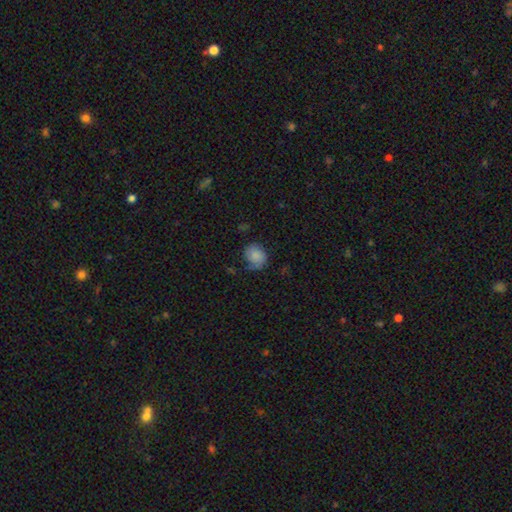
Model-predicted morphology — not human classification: Smooth or featured?
  - smooth: 80% *
  - featured or disk: 11%
  - star or artifact: 8%
How rounded?
  - round: 63% *
  - in between: 37%
  - cigar-shaped: 1%
Merging?
  - none: 57% *
  - minor disturbance: 30%
  - major disturbance: 11%
  - merger: 2%